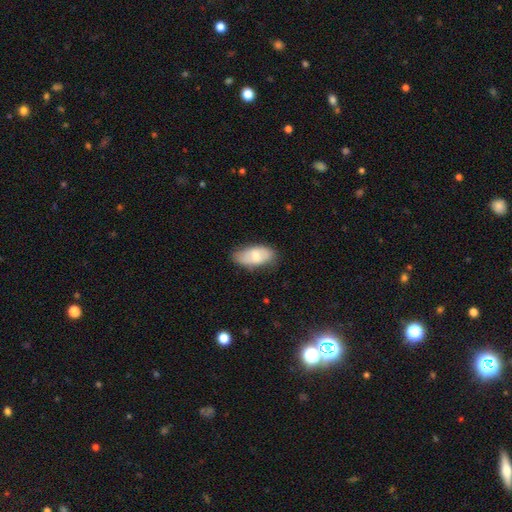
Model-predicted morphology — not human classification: smooth 67%, featured or disk 27%, star or artifact 6%. Down the decision tree: how rounded — in between (92%); merging — none (68%).